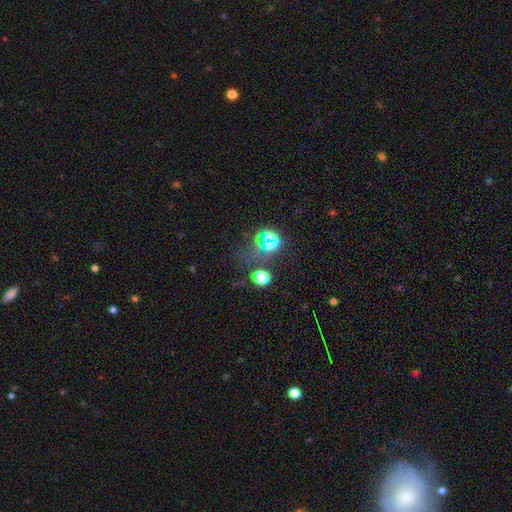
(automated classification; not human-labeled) smooth_or_featured: star or artifact (p=0.70) [alt: smooth p=0.21]